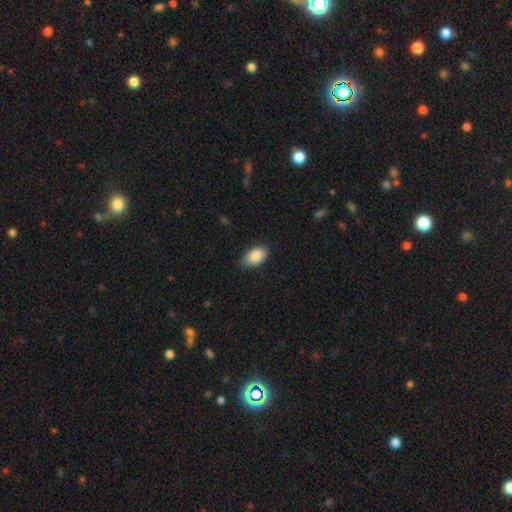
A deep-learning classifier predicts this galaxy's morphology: A smooth galaxy with no disk features (88%) that is in between round and cigar-shaped (93%).

Vote fractions:
- Smooth or featured? smooth: 88% / star or artifact: 6% / featured or disk: 5%
- How rounded? in between: 93% / round: 6% / cigar-shaped: 1%
- Merging? none: 77% / minor disturbance: 19% / major disturbance: 3% / merger: 1%